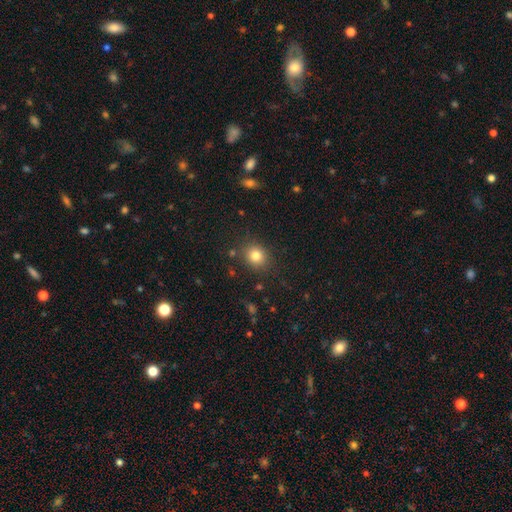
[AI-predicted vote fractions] smooth_or_featured: smooth (p=0.80) [alt: star or artifact p=0.12]
how_rounded: round (p=0.72) [alt: in between p=0.27]
merging: none (p=0.86) [alt: minor disturbance p=0.09]